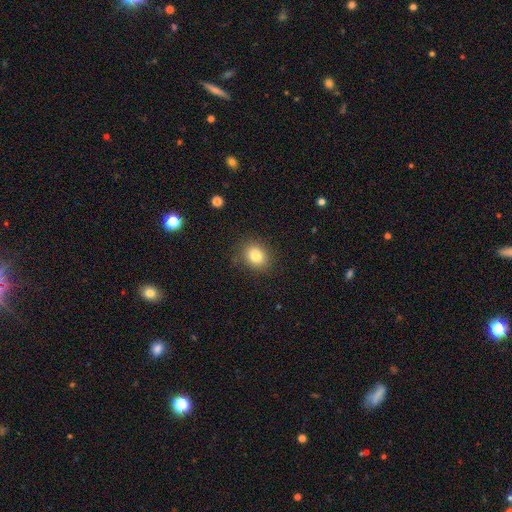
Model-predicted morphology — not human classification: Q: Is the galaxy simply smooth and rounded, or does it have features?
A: smooth — 82%.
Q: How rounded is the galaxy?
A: round — 60%.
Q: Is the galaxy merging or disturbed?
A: none — 85%.